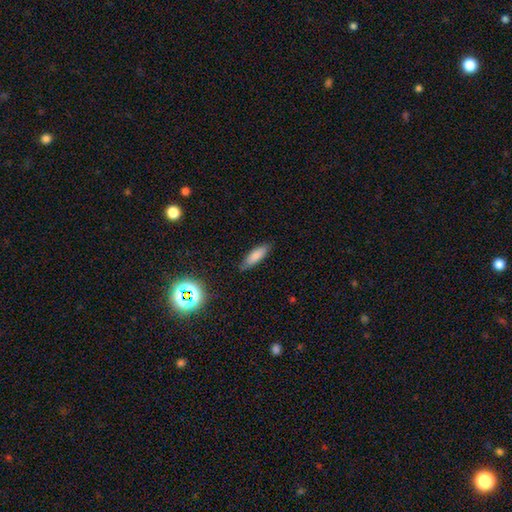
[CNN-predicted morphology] A smooth galaxy with no disk features (80%) that is in between round and cigar-shaped (50%).

Vote fractions:
- Smooth or featured? smooth: 80% / featured or disk: 11% / star or artifact: 8%
- How rounded? in between: 50% / cigar-shaped: 48% / round: 2%
- Merging? none: 82% / minor disturbance: 15% / major disturbance: 3% / merger: 1%